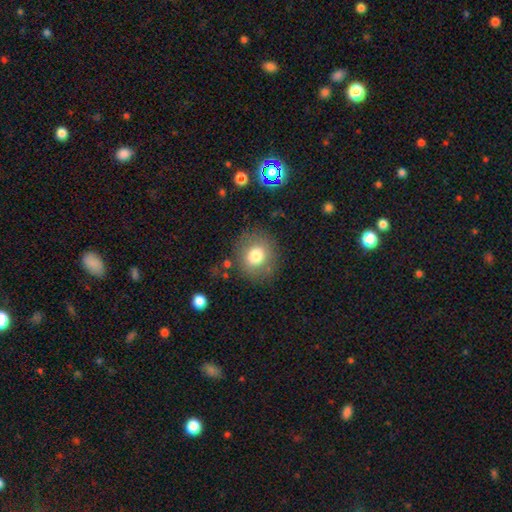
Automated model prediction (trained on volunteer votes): A smooth galaxy with no disk features (76%) that is round (83%).

Vote fractions:
- Smooth or featured? smooth: 76% / featured or disk: 13% / star or artifact: 11%
- How rounded? round: 83% / in between: 16% / cigar-shaped: 1%
- Merging? none: 81% / minor disturbance: 11% / major disturbance: 5% / merger: 3%